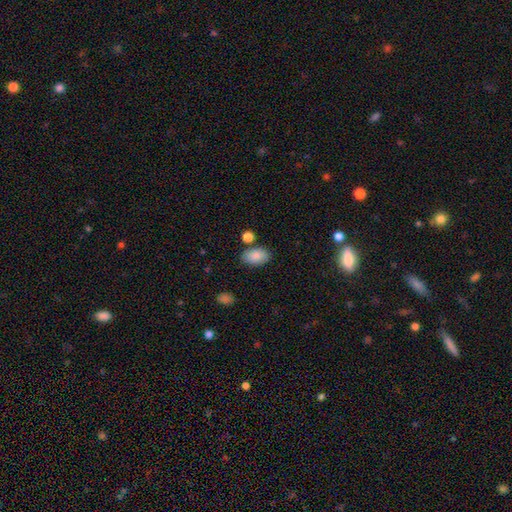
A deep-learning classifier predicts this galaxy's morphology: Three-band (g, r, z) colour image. It shows a smooth galaxy with no disk features (87%) that is in between round and cigar-shaped (92%). Merging: none (77%).